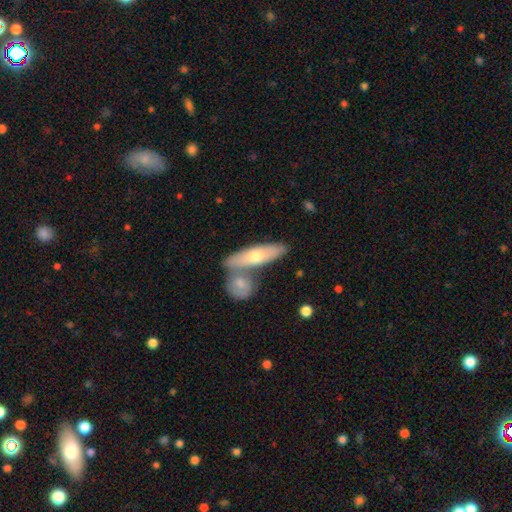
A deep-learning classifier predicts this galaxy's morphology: Smooth or featured? smooth (52%)
How rounded? cigar-shaped (60%)
Merging? none (56%)